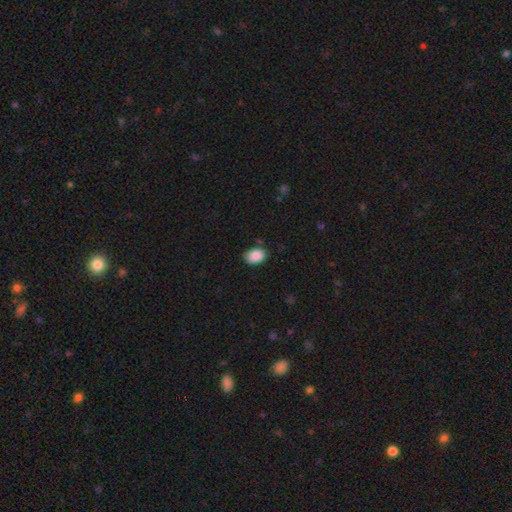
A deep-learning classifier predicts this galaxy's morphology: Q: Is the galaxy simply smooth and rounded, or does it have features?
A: smooth — 89%.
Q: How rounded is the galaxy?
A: in between — 80%.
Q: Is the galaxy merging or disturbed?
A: none — 81%.